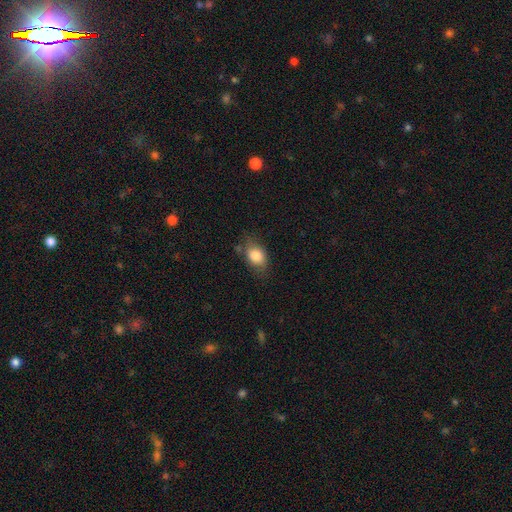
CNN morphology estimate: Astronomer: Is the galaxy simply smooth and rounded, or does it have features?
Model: smooth — 82%.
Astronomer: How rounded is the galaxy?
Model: in between — 75%.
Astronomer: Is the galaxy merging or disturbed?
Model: none — 67%.